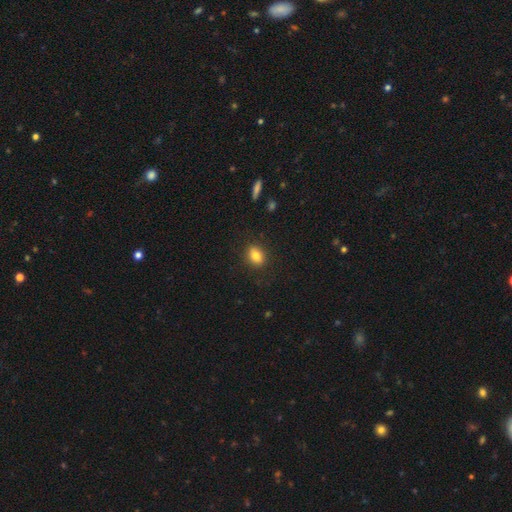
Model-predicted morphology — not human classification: Overall: smooth (82%). How rounded: in between (61%; round 37%). Merging: none (86%).